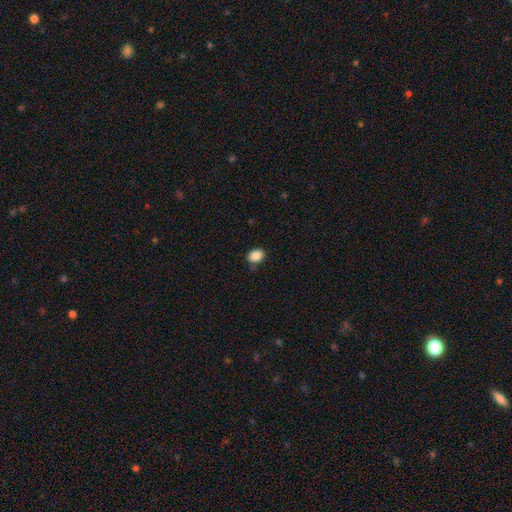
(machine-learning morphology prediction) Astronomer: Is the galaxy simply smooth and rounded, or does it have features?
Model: smooth — 87%.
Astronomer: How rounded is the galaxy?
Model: in between — 55% (runner-up: round, 44%).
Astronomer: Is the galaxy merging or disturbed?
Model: none — 81%.